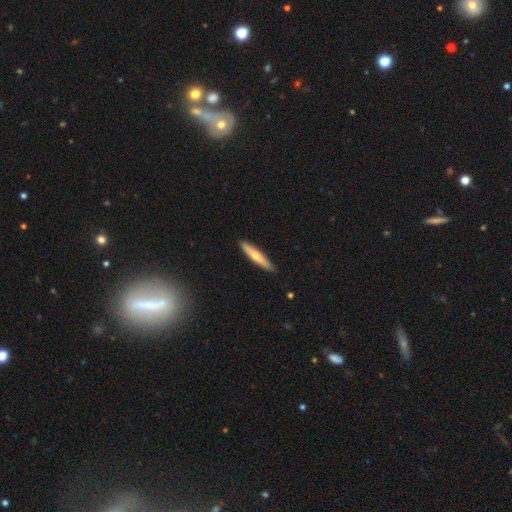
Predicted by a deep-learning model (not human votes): Smooth or featured: smooth — 60% (featured or disk — 34%)
How rounded: cigar-shaped — 91% (in between — 8%)
Merging: none — 90% (minor disturbance — 8%)